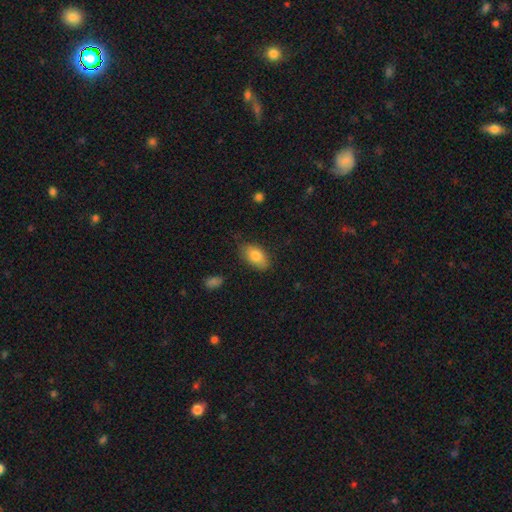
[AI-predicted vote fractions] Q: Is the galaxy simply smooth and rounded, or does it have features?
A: smooth — 81%.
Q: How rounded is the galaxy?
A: in between — 91%.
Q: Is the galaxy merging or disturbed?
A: none — 78%.